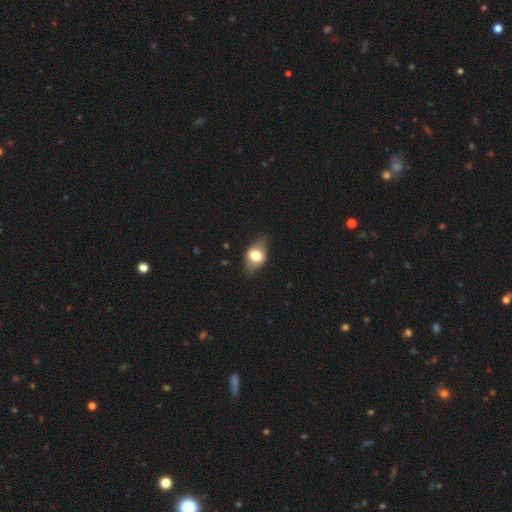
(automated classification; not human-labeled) Overall: smooth (61%; featured or disk 31%). How rounded: in between (75%). Merging: none (74%).